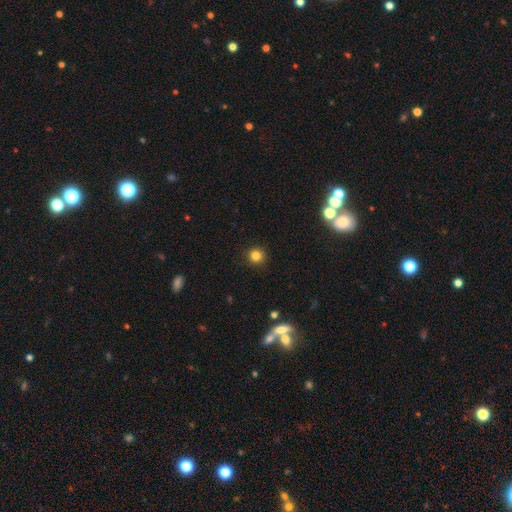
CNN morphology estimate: This appears to be a smooth galaxy with no disk features (82%) that is round (94%). Merging: none (92%).